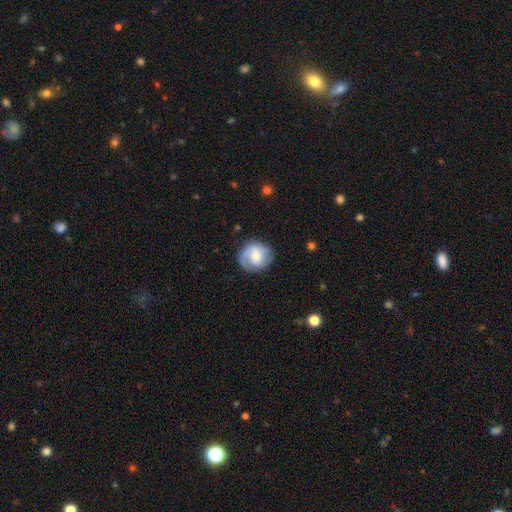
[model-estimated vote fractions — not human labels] smooth_or_featured: featured or disk (p=0.48) [alt: smooth p=0.45]
merging: none (p=0.75) [alt: minor disturbance p=0.17]